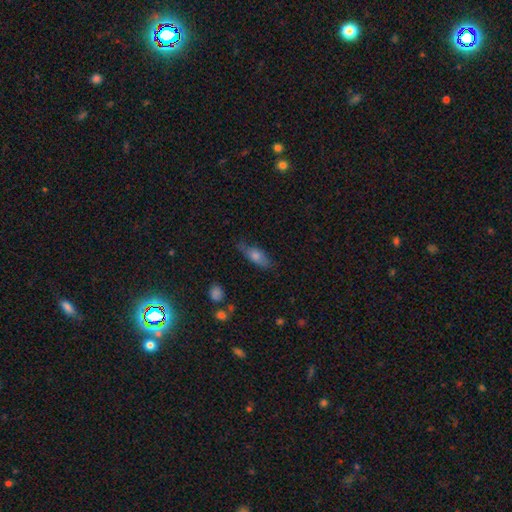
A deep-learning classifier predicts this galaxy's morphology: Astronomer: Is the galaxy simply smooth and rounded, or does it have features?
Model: smooth — 63%.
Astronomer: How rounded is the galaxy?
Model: in between — 58% (runner-up: cigar-shaped, 38%).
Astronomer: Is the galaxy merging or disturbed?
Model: none — 72%.